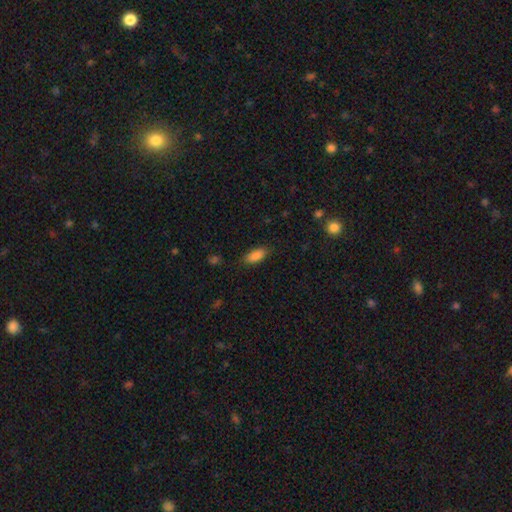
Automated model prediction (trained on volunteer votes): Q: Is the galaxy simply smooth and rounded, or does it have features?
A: smooth — 86%.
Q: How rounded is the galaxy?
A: in between — 86%.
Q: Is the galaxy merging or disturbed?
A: none — 82%.